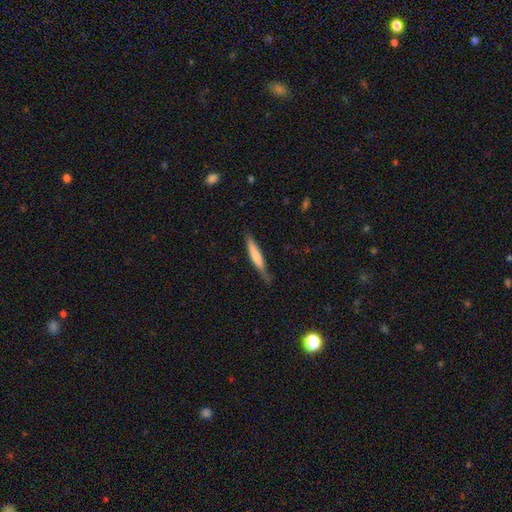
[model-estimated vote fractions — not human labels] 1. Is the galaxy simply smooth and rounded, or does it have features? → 69% smooth, 26% featured or disk, 5% star or artifact.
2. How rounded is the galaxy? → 92% cigar-shaped, 7% in between, 1% round.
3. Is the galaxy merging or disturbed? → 67% none, 26% minor disturbance, 5% major disturbance, 2% merger.